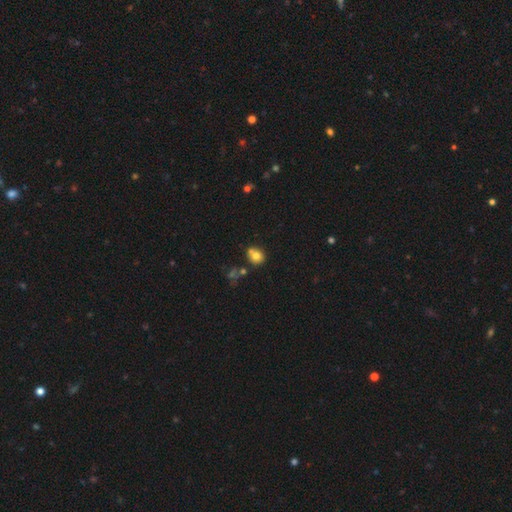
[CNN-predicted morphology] Q: Smooth or featured?
A: smooth (75%); runner-up: featured or disk (13%)
Q: How rounded?
A: round (69%); runner-up: in between (30%)
Q: Merging?
A: none (57%); runner-up: merger (21%)